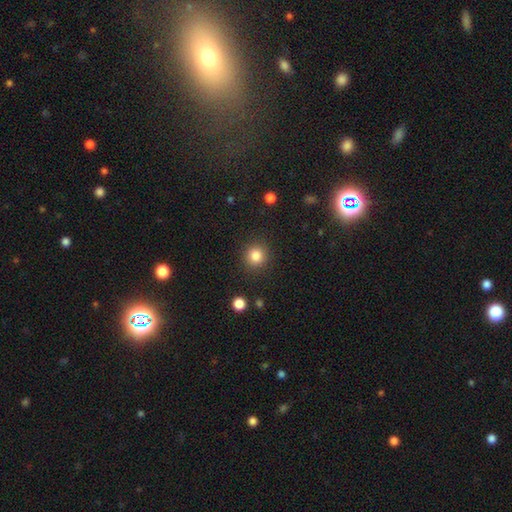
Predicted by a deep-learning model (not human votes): Smooth or featured? Predicted: smooth (p=0.84). How rounded? Predicted: round (p=0.91). Merging? Predicted: none (p=0.89).